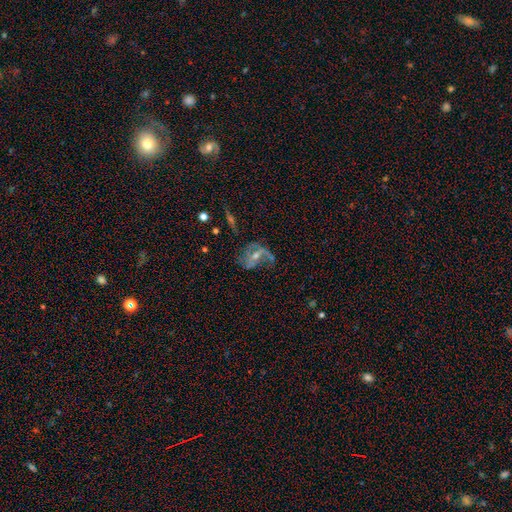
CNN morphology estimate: Smooth or featured: featured or disk — 72% (smooth — 15%)
Edge-on disk: no — 96% (yes — 4%)
Bar: no — 51% (weak — 35%)
Spiral arms: yes — 82% (no — 18%)
Spiral winding: loose — 49% (medium — 36%)
Spiral arm count: 2 — 43% (1 — 28%)
Bulge size: small — 48% (moderate — 46%)
Merging: none — 45% (major disturbance — 30%)